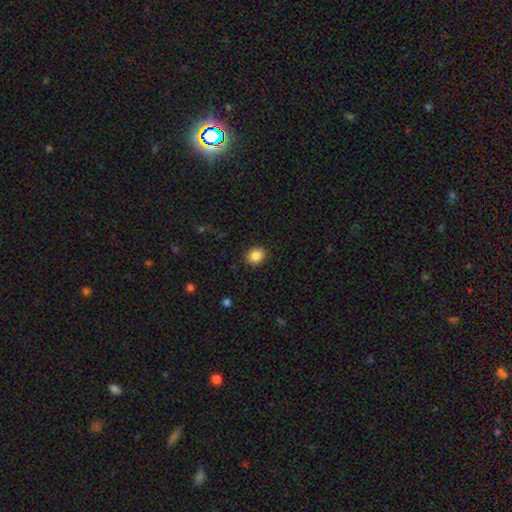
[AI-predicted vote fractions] The model was most divided on "how rounded": round: 59%, in between: 40%, cigar-shaped: 1%. More confident: merging — none (89%); smooth or featured — smooth (87%).